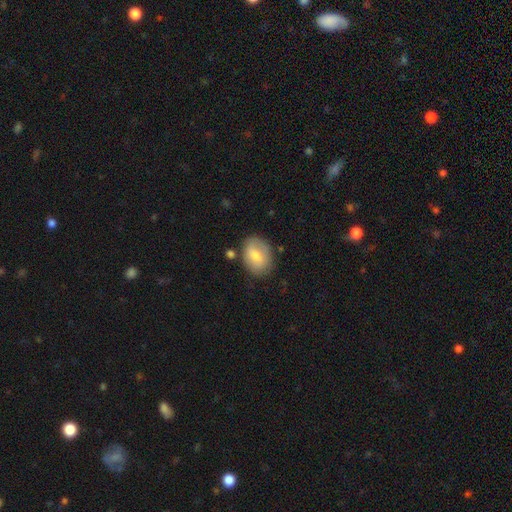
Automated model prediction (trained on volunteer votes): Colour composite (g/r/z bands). It shows a smooth galaxy with no disk features (69%) that is in between round and cigar-shaped (69%). Merging: none (75%).